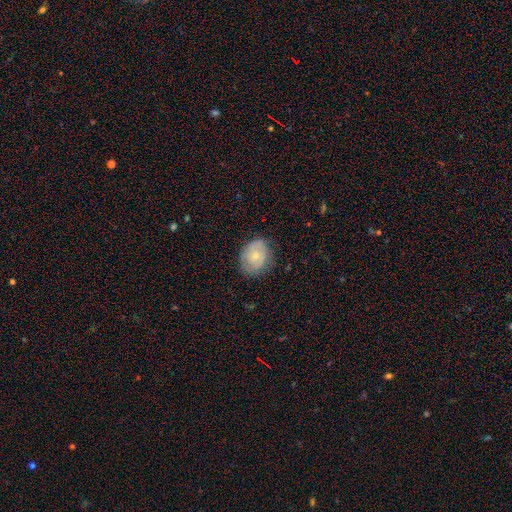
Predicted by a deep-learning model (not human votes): Smooth or featured? Predicted: smooth (p=0.55). How rounded? Predicted: round (p=0.52). Merging? Predicted: none (p=0.72).